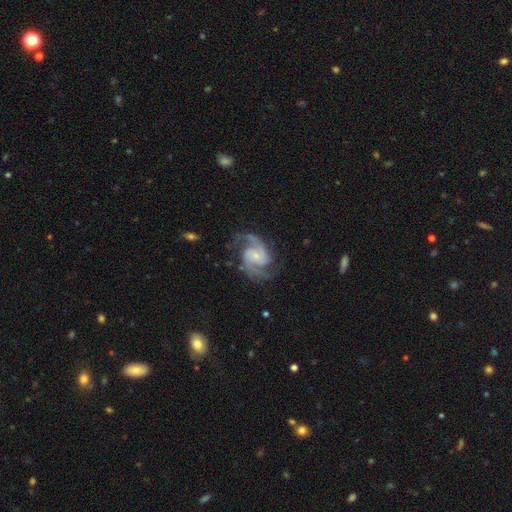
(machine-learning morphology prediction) This appears to be a featured or disk galaxy (92%) with no bar (56%), 2 (85%) medium (62%) spiral arms (98%) and a small central bulge (68%). Merging: none (76%).